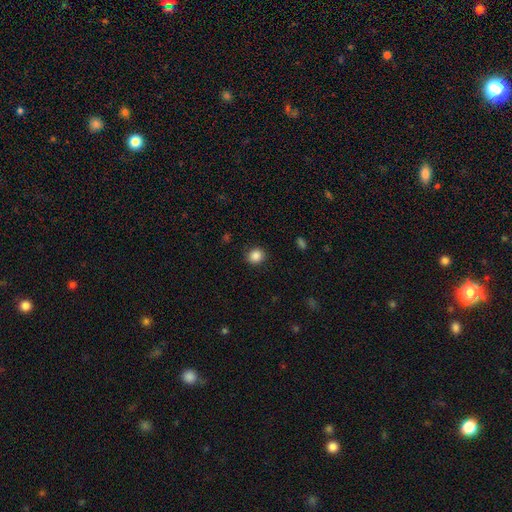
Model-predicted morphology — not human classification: Smooth or featured? Predicted: smooth (p=0.86). How rounded? Predicted: round (p=0.82). Merging? Predicted: none (p=0.89).